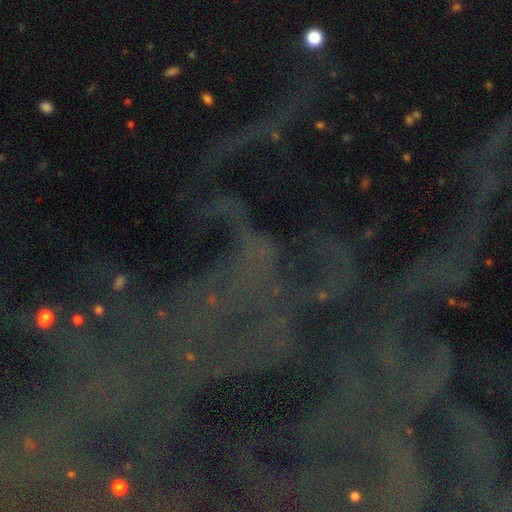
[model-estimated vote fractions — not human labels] star or artifact 77%, featured or disk 14%, smooth 9%.